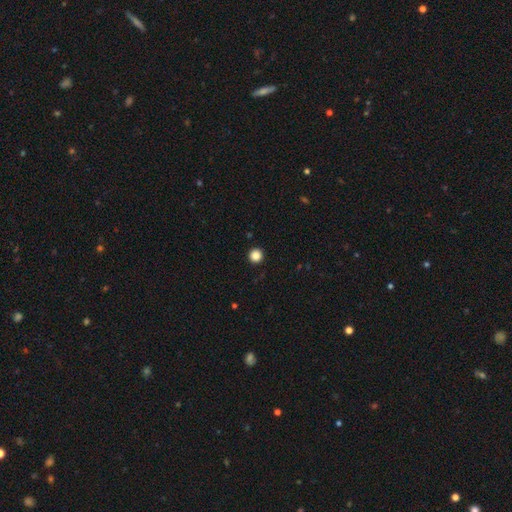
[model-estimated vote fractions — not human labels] Morphology: type=smooth (86%); roundness=round (96%); merging=none (94%).